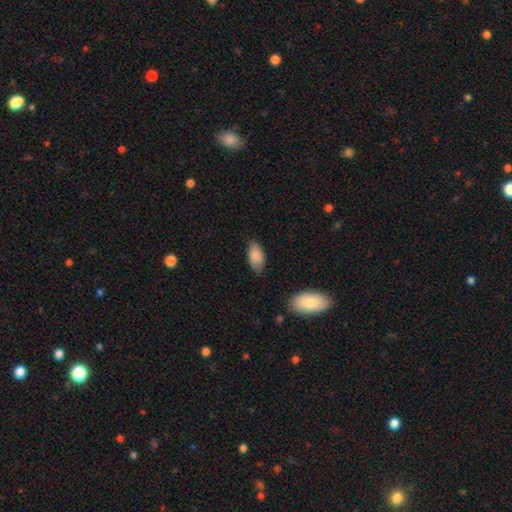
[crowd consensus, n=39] smooth-or-featured: smooth: 90% | featured or disk: 8% | star or artifact: 3%
  how-rounded: in between: 91% | cigar-shaped: 6% | round: 3%
  merging: none: 53% | minor disturbance: 39% | merger: 5% | major disturbance: 3%